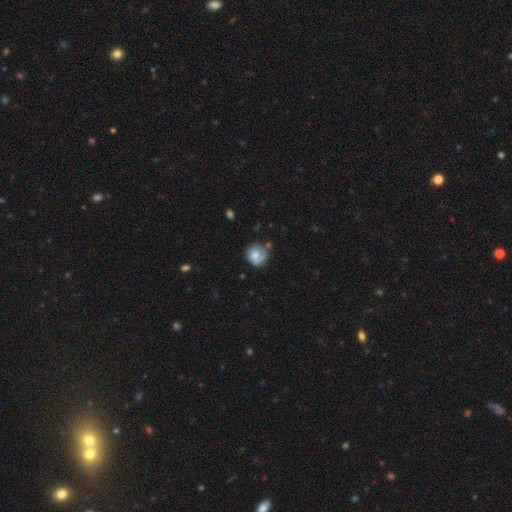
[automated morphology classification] A smooth galaxy with no disk features (48%). Merging: none (50%).